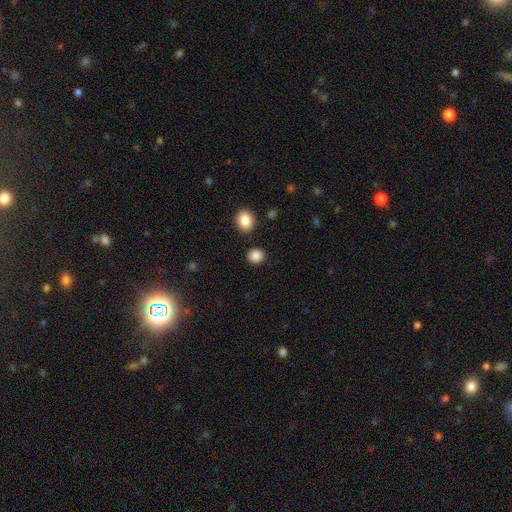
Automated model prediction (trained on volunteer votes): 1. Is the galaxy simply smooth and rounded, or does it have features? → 87% smooth, 9% star or artifact, 3% featured or disk.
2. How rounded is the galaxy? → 84% round, 15% in between, 1% cigar-shaped.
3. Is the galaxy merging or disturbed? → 87% none, 7% minor disturbance, 4% merger, 2% major disturbance.